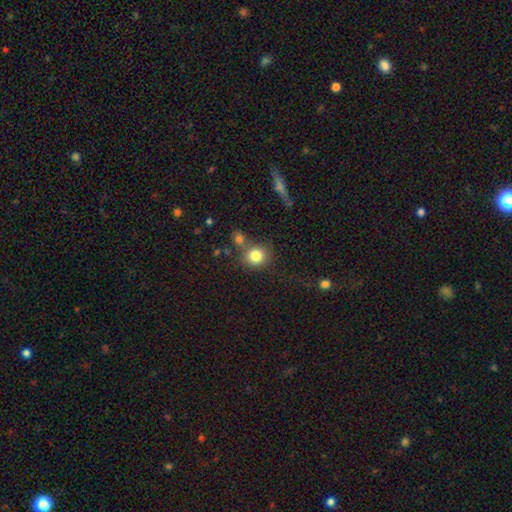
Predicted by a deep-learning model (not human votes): This is clearly a smooth galaxy (82%). How rounded: clearly round (87%). Merging: likely none (67%).